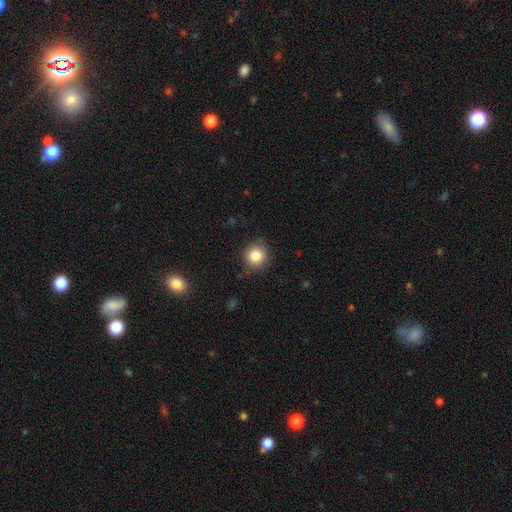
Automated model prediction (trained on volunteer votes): Smooth or featured?
  - smooth: 83% *
  - star or artifact: 11%
  - featured or disk: 7%
How rounded?
  - round: 91% *
  - in between: 9%
  - cigar-shaped: 1%
Merging?
  - none: 83% *
  - minor disturbance: 13%
  - major disturbance: 3%
  - merger: 1%